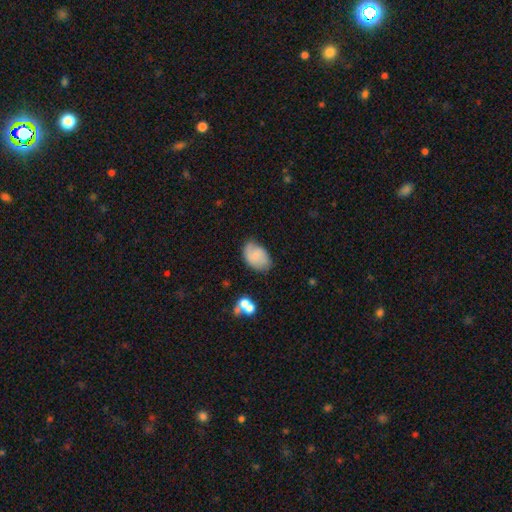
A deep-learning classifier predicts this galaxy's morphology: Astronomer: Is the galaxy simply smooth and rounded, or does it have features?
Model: smooth — 65%.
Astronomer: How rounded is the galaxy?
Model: in between — 87%.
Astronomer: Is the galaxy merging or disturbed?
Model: none — 61%.